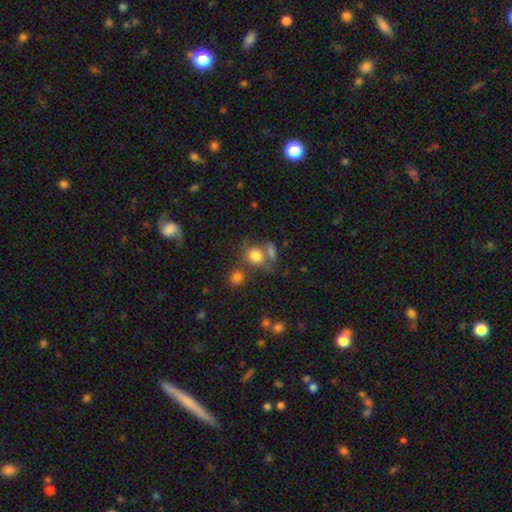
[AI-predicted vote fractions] A smooth galaxy with no disk features (77%) that is round (71%). Merging: none (51%).